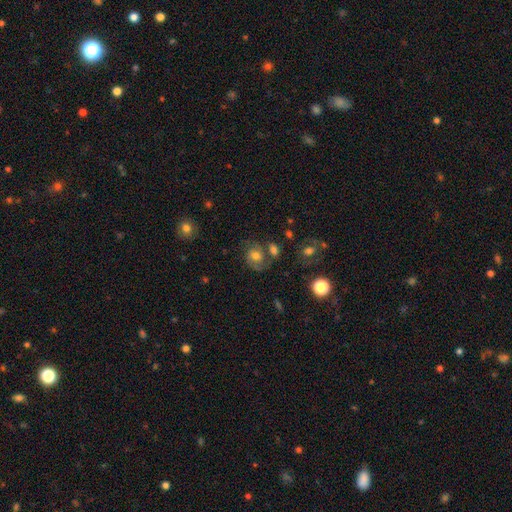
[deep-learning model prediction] smooth 47%, featured or disk 40%, star or artifact 13%. Down the decision tree: merging — none (55%).